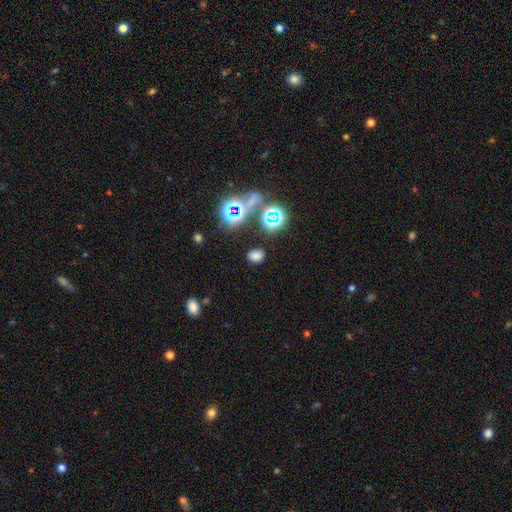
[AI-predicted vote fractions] smooth_or_featured: smooth (p=0.66) [alt: star or artifact p=0.28]
how_rounded: in between (p=0.67) [alt: round p=0.31]
merging: none (p=0.81) [alt: minor disturbance p=0.11]